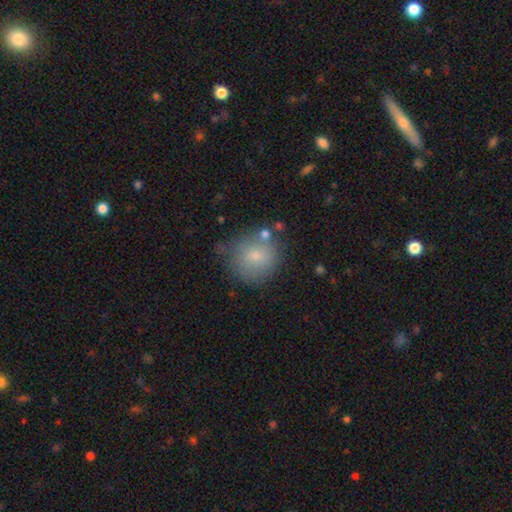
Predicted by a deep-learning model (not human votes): Morphology: type=smooth (74%); roundness=round (87%); merging=none (69%).